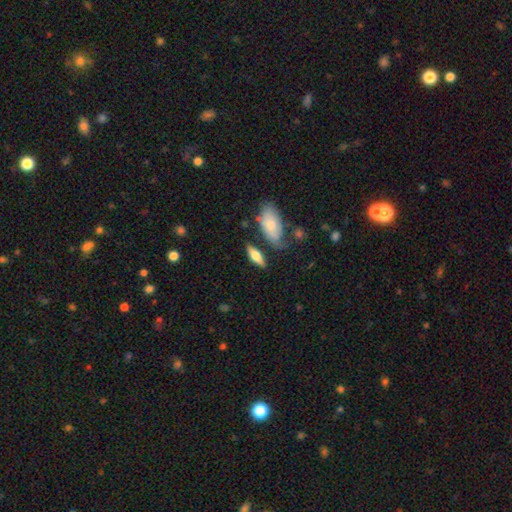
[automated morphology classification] smooth_or_featured: smooth (p=0.62) [alt: featured or disk p=0.32]
how_rounded: in between (p=0.65) [alt: cigar-shaped p=0.31]
merging: none (p=0.72) [alt: minor disturbance p=0.16]